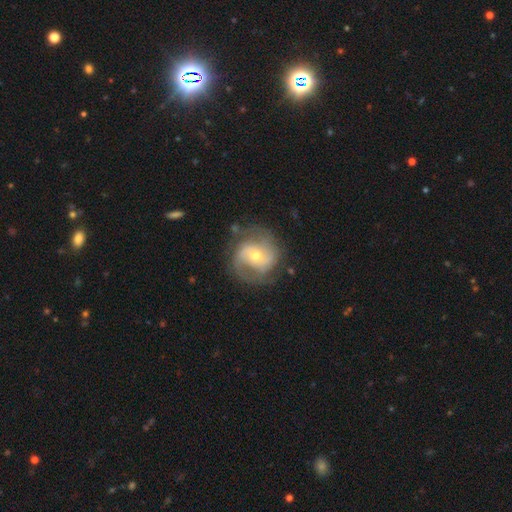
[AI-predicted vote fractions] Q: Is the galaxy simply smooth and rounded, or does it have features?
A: featured or disk — 80%.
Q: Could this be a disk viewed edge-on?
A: no — 98%.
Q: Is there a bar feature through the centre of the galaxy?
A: no — 47%.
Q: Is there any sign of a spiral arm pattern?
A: yes — 92%.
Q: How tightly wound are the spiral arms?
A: medium — 47%.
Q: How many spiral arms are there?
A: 2 — 77%.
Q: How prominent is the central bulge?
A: moderate — 55%.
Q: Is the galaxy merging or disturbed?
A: none — 73%.